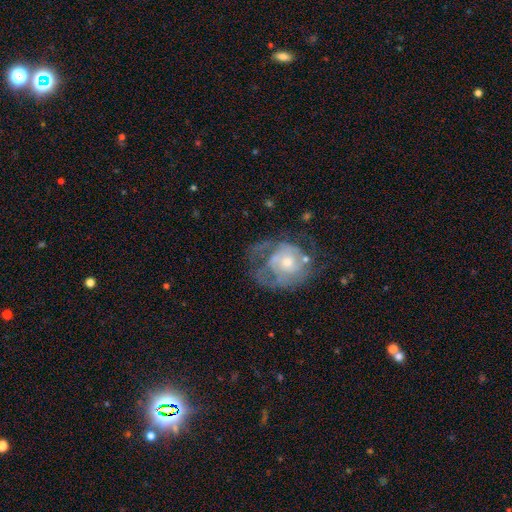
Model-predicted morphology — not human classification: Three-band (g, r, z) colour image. It shows a featured or disk galaxy (66%) with no bar (73%), spiral arms (77%) and a small central bulge (52%). Merging: none (62%).